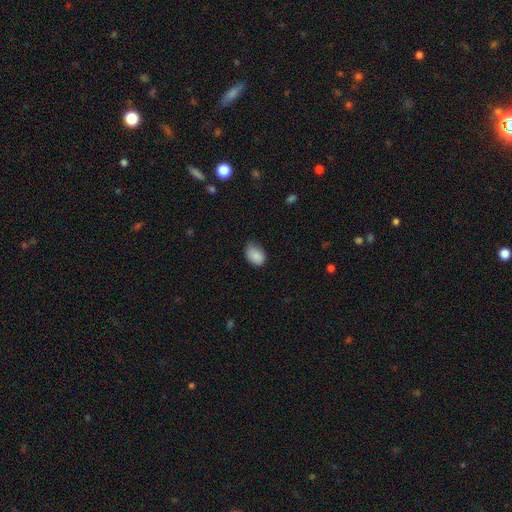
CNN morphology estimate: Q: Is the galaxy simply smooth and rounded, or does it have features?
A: smooth — 87%.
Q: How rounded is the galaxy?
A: in between — 81%.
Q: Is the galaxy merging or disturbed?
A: none — 60%.